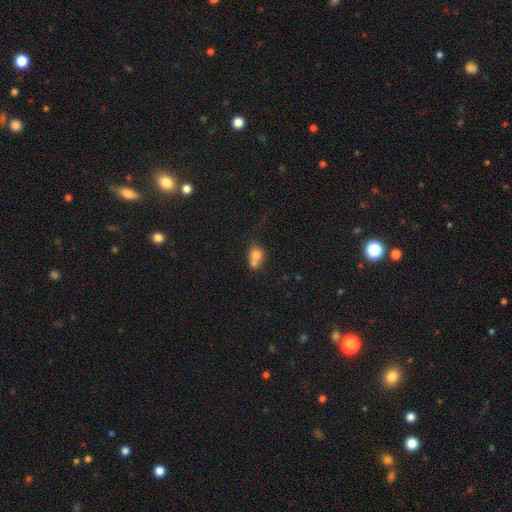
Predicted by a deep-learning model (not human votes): Smooth or featured?
  - smooth: 72% *
  - featured or disk: 17%
  - star or artifact: 10%
How rounded?
  - round: 53% *
  - in between: 46%
  - cigar-shaped: 2%
Merging?
  - merger: 57% *
  - none: 26%
  - minor disturbance: 11%
  - major disturbance: 6%